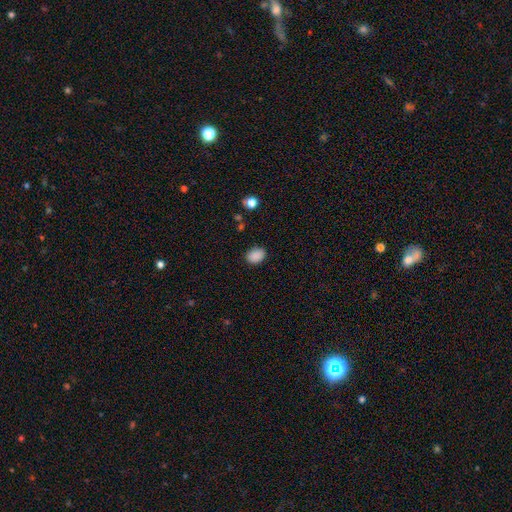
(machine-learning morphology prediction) The model was most divided on "how rounded": in between: 59%, round: 40%, cigar-shaped: 1%. More confident: smooth or featured — smooth (88%); merging — none (86%).